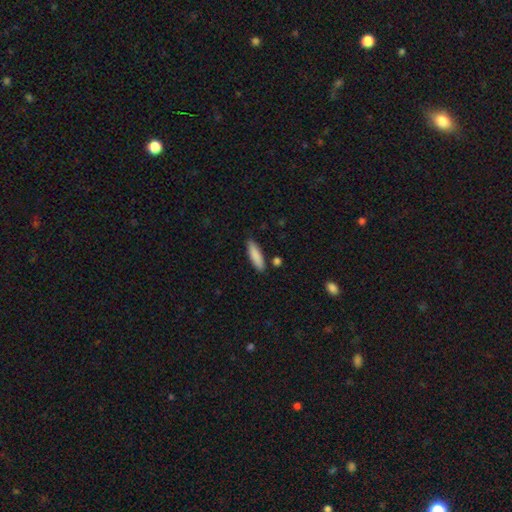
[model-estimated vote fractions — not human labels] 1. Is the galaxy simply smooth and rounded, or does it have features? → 86% smooth, 8% featured or disk, 6% star or artifact.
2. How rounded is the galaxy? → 64% cigar-shaped, 35% in between, 2% round.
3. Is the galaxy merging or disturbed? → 84% none, 11% minor disturbance, 3% merger, 2% major disturbance.